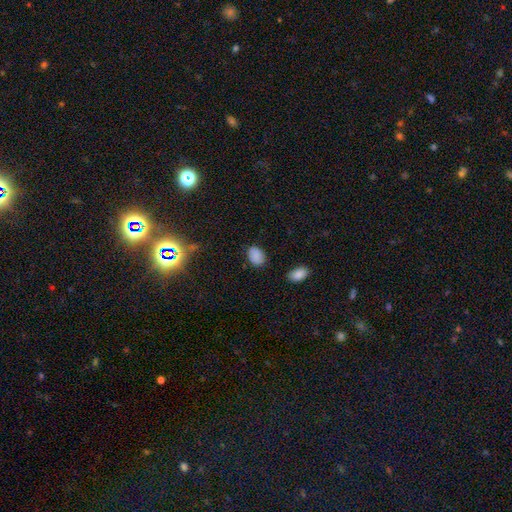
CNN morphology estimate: The model was most divided on "how rounded": in between: 78%, round: 21%, cigar-shaped: 1%. More confident: smooth or featured — smooth (84%); merging — none (79%).